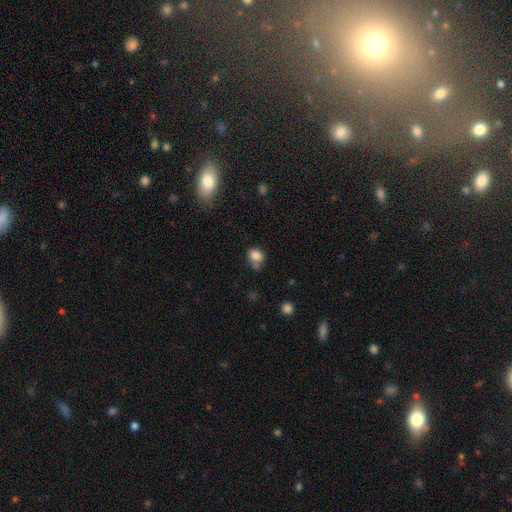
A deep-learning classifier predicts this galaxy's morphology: This appears to be a smooth galaxy with no disk features (82%) that is in between round and cigar-shaped (56%). Merging: none (51%).